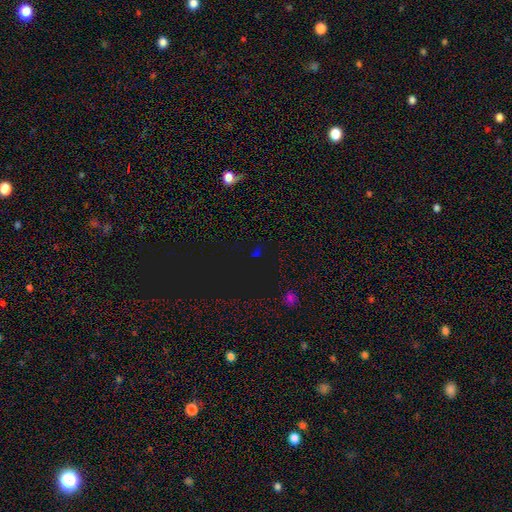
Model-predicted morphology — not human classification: The model was most divided on "smooth or featured": star or artifact: 70%, smooth: 22%, featured or disk: 8%.